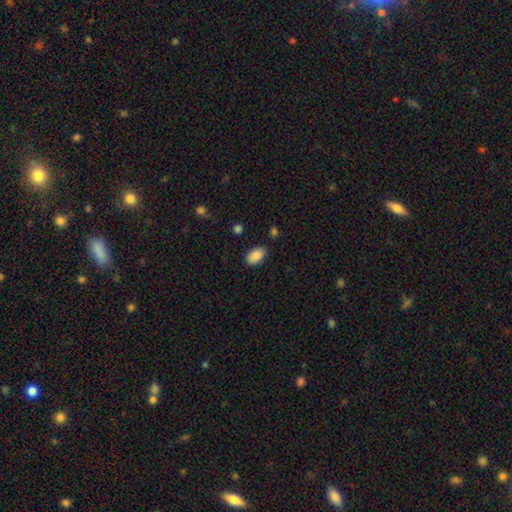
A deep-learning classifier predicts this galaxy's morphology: Smooth or featured? smooth (87%)
How rounded? in between (92%)
Merging? none (85%)